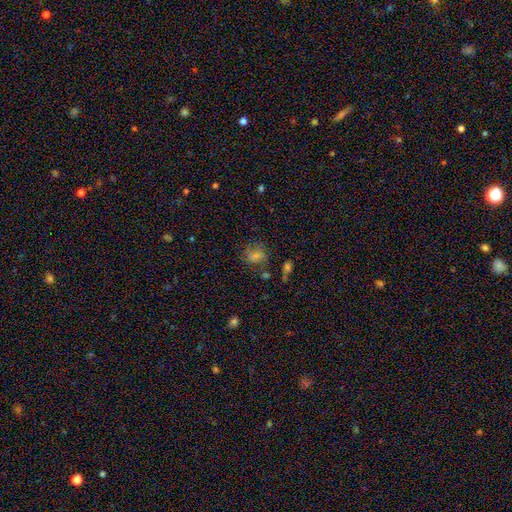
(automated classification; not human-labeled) Overall: smooth (63%). How rounded: round (61%; in between 38%). Merging: none (56%; minor disturbance 23%).